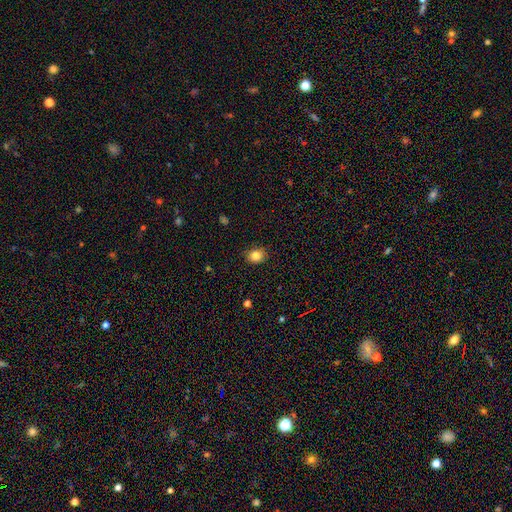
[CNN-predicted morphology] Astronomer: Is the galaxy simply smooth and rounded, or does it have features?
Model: smooth — 84%.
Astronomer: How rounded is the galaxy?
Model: round — 61% (runner-up: in between, 38%).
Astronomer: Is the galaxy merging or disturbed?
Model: none — 87%.